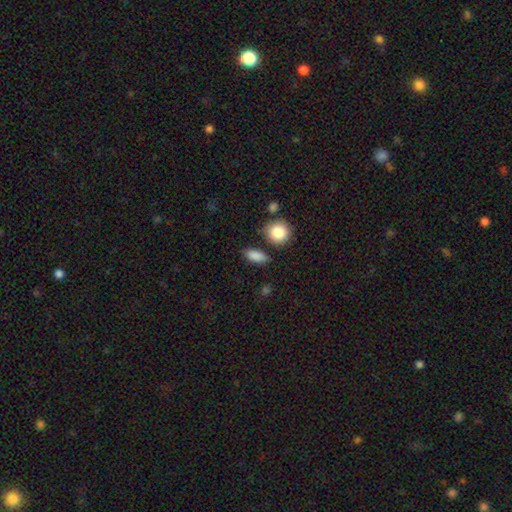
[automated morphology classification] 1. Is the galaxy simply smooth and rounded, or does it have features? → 87% smooth, 8% star or artifact, 5% featured or disk.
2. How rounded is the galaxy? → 74% in between, 13% round, 13% cigar-shaped.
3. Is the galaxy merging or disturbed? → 78% none, 14% minor disturbance, 5% merger, 3% major disturbance.